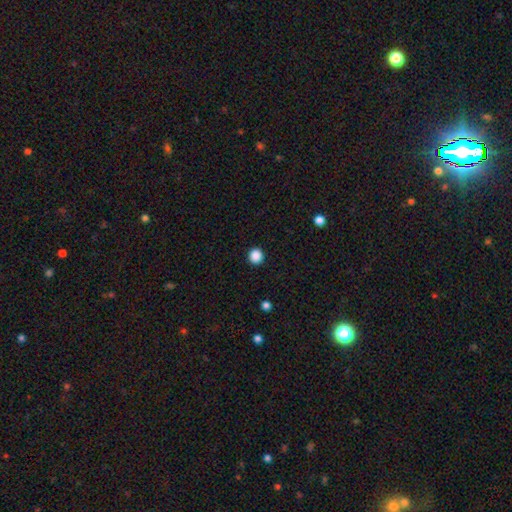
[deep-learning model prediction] Smooth or featured? Predicted: smooth (p=0.88). How rounded? Predicted: round (p=0.93). Merging? Predicted: none (p=0.93).